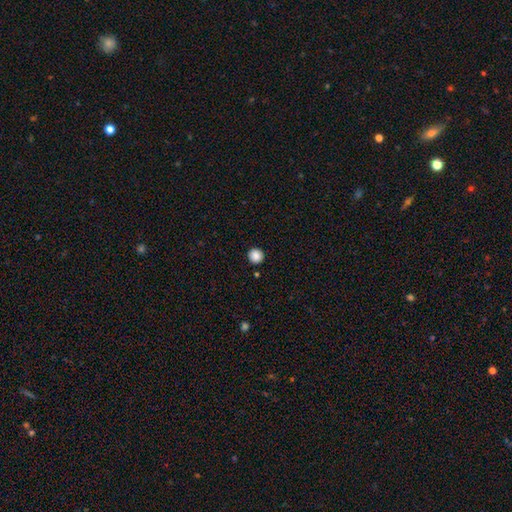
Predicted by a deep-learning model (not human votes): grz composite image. It shows a smooth galaxy with no disk features (88%) that is round (94%). Merging: none (92%).